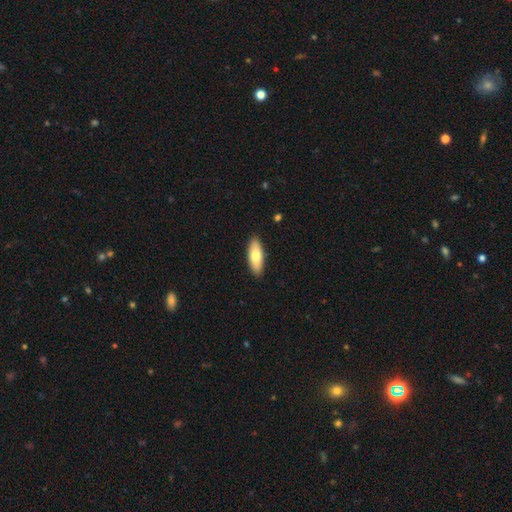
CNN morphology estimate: Smooth or featured?
  - smooth: 75% *
  - featured or disk: 20%
  - star or artifact: 5%
How rounded?
  - in between: 73% *
  - cigar-shaped: 25%
  - round: 2%
Merging?
  - none: 90% *
  - minor disturbance: 8%
  - major disturbance: 1%
  - merger: 1%